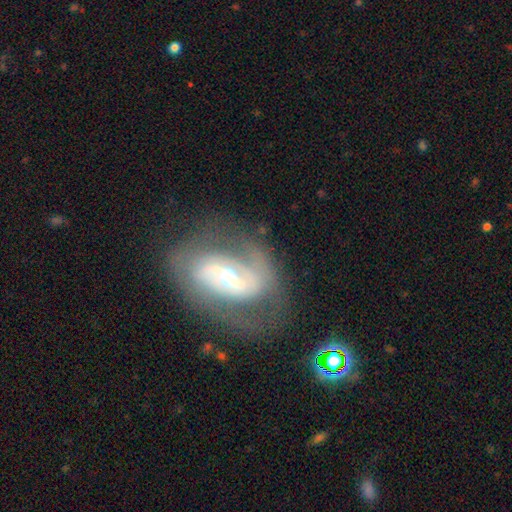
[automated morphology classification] smooth_or_featured: featured or disk (p=0.81) [alt: smooth p=0.12]
disk_edge_on: no (p=0.95) [alt: yes p=0.05]
bar: strong (p=0.42) [alt: weak p=0.37]
has_spiral_arms: yes (p=0.85) [alt: no p=0.15]
spiral_winding: medium (p=0.42) [alt: tight p=0.38]
spiral_arm_count: 2 (p=0.70) [alt: can't tell p=0.17]
bulge_size: small (p=0.51) [alt: moderate p=0.43]
merging: none (p=0.67) [alt: minor disturbance p=0.17]